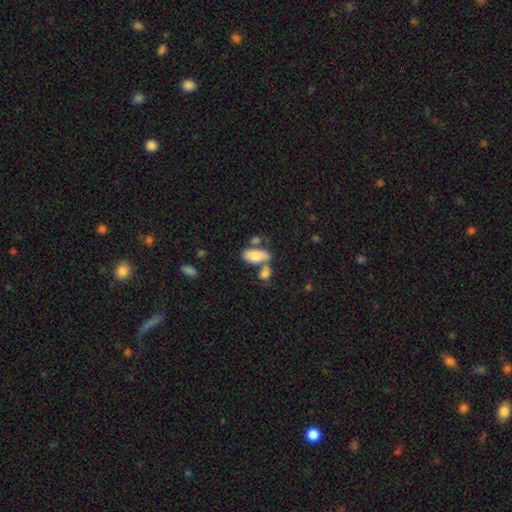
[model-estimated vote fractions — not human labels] Q: Smooth or featured?
A: smooth (81%); runner-up: featured or disk (12%)
Q: How rounded?
A: in between (90%); runner-up: cigar-shaped (7%)
Q: Merging?
A: merger (39%); tied with: none (39%)